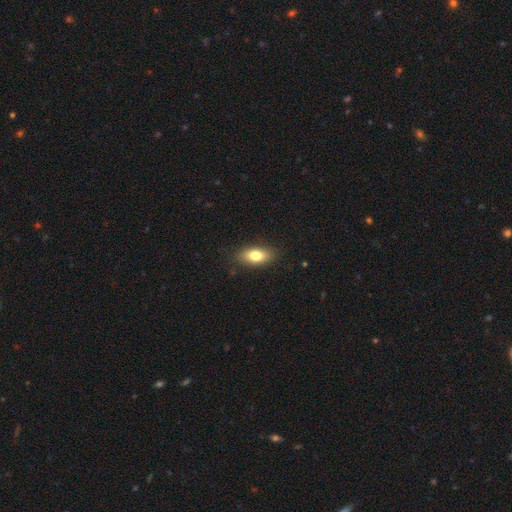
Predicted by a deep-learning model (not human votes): smooth 77%, featured or disk 15%, star or artifact 8%. Down the decision tree: how rounded — in between (84%); merging — none (86%).